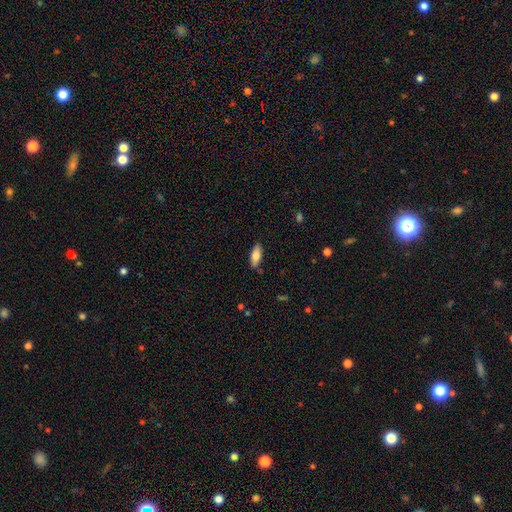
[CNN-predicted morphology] Smooth or featured?
  - smooth: 79% *
  - featured or disk: 15%
  - star or artifact: 6%
How rounded?
  - in between: 76% *
  - cigar-shaped: 22%
  - round: 2%
Merging?
  - none: 83% *
  - minor disturbance: 13%
  - major disturbance: 2%
  - merger: 2%